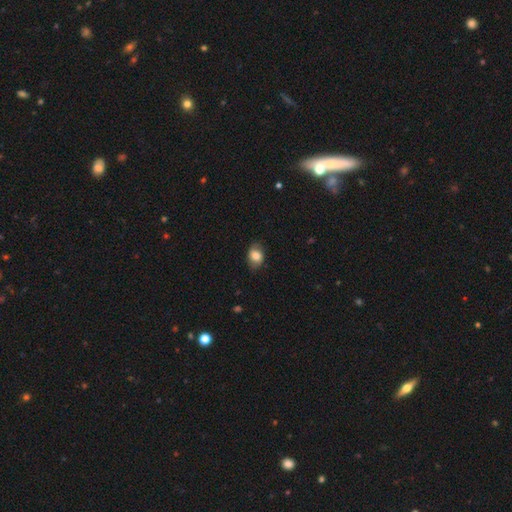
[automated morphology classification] A smooth galaxy with no disk features (79%) that is in between round and cigar-shaped (77%). Merging: none (79%).